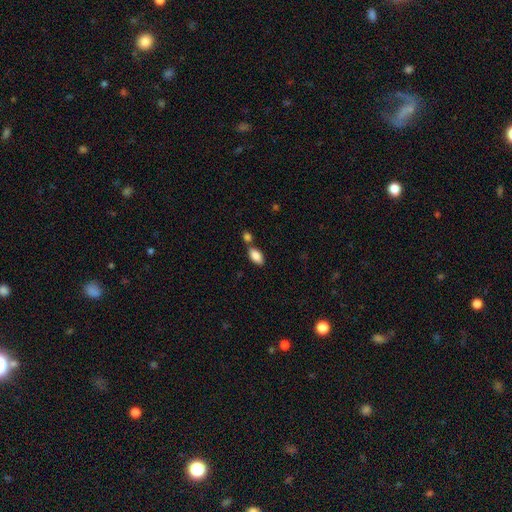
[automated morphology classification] Smooth or featured?
  - smooth: 85% *
  - featured or disk: 8%
  - star or artifact: 7%
How rounded?
  - in between: 92% *
  - cigar-shaped: 5%
  - round: 3%
Merging?
  - none: 60% *
  - merger: 26%
  - minor disturbance: 11%
  - major disturbance: 3%